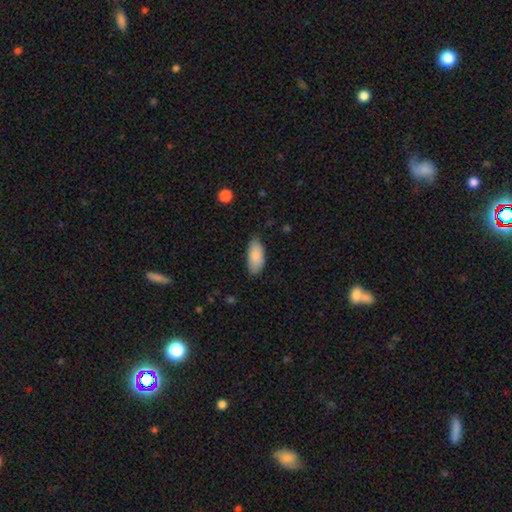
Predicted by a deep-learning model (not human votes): This is clearly a smooth galaxy (87%). How rounded: clearly in between (89%). Merging: likely none (77%).